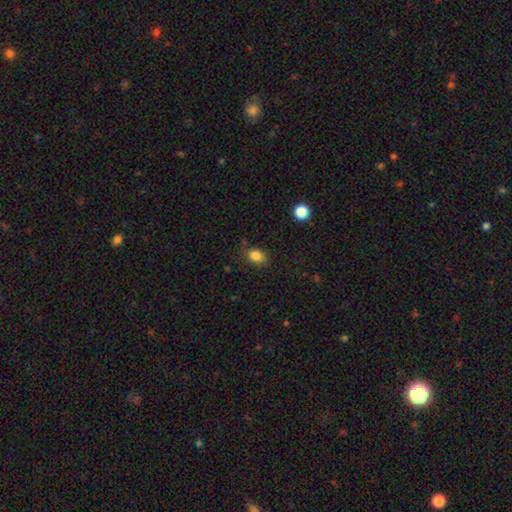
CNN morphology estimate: Smooth or featured? smooth (85%)
How rounded? in between (70%)
Merging? none (80%)